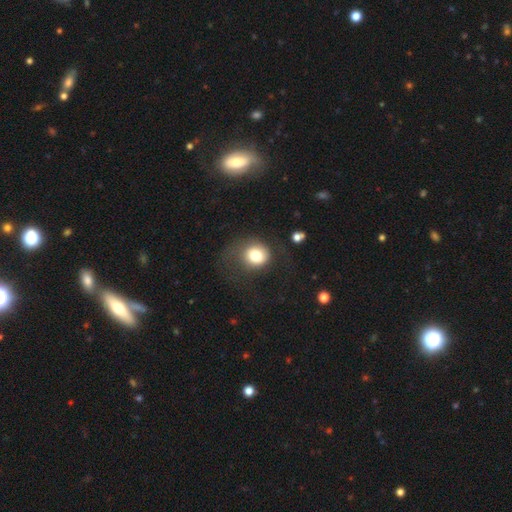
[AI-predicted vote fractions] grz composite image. It shows a smooth galaxy with no disk features (77%) that is round (79%). Merging: none (53%).